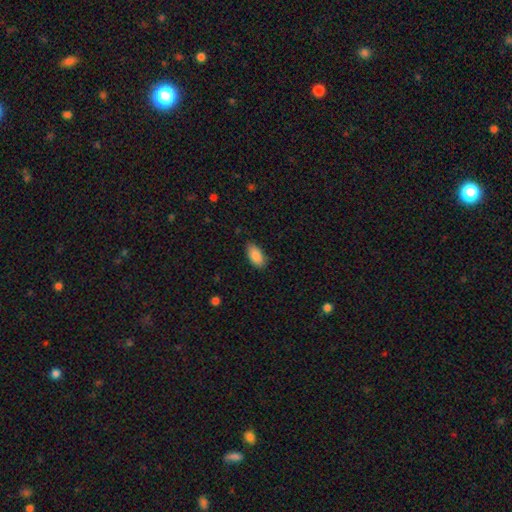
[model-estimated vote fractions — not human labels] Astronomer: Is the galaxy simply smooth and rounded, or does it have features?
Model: smooth — 89%.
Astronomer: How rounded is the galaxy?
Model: in between — 93%.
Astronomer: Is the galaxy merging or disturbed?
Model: none — 82%.